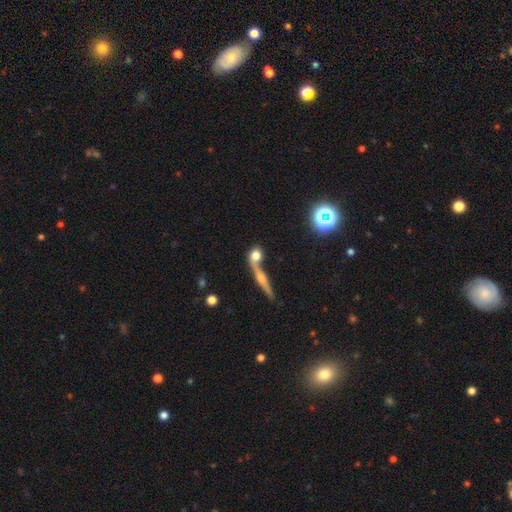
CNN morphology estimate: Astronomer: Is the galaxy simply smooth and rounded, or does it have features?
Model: smooth — 63%.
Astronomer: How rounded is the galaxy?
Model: round — 63%.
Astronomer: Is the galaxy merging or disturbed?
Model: none — 42% (runner-up: merger, 41%).